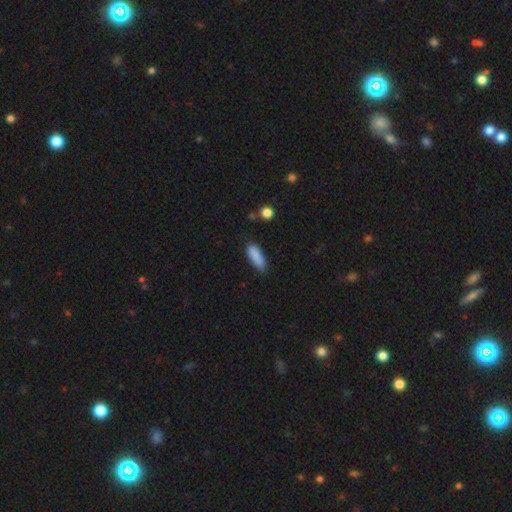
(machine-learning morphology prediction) smooth_or_featured: smooth (p=0.87) [alt: star or artifact p=0.07]
how_rounded: in between (p=0.56) [alt: cigar-shaped p=0.42]
merging: none (p=0.72) [alt: minor disturbance p=0.21]